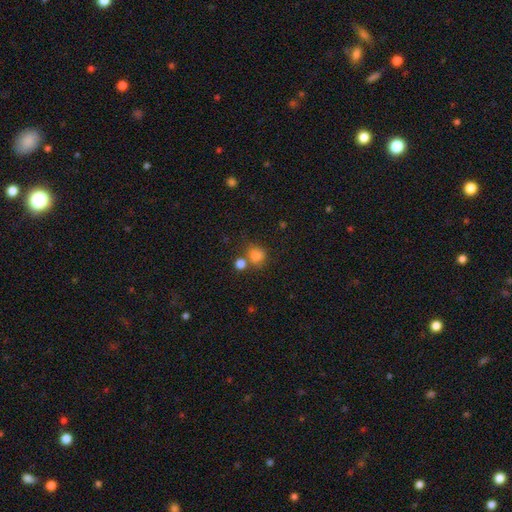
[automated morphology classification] A smooth galaxy with no disk features (79%) that is round (78%). Merging: none (57%).